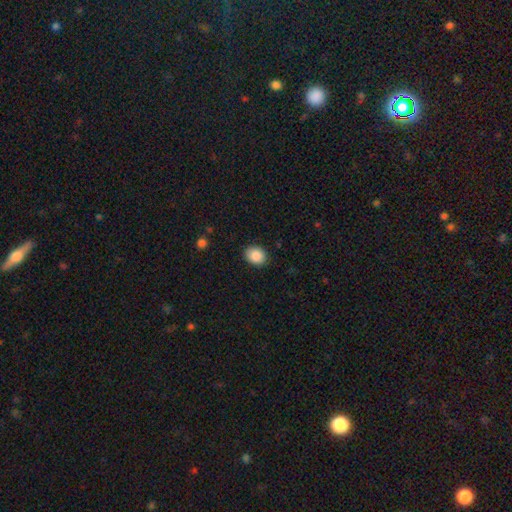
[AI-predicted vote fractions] smooth_or_featured: smooth (p=0.87) [alt: star or artifact p=0.08]
how_rounded: in between (p=0.52) [alt: round p=0.48]
merging: none (p=0.89) [alt: minor disturbance p=0.08]